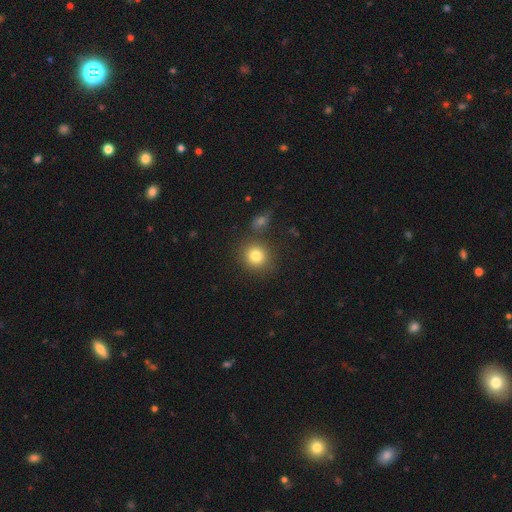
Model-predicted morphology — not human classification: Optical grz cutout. It shows a smooth galaxy with no disk features (81%) that is round (88%). Merging: none (82%).